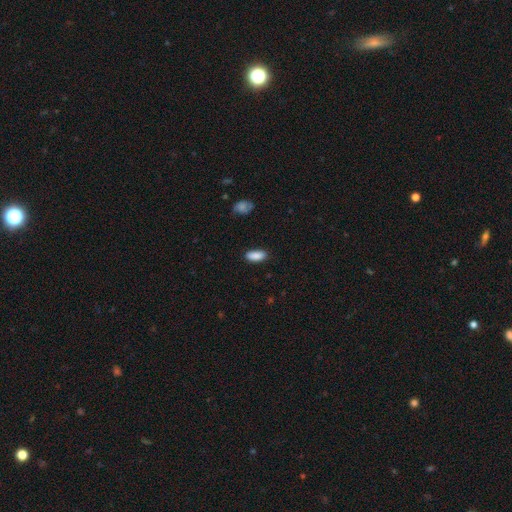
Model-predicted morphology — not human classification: smooth_or_featured: smooth (p=0.89) [alt: star or artifact p=0.06]
how_rounded: in between (p=0.80) [alt: cigar-shaped p=0.18]
merging: none (p=0.85) [alt: minor disturbance p=0.11]